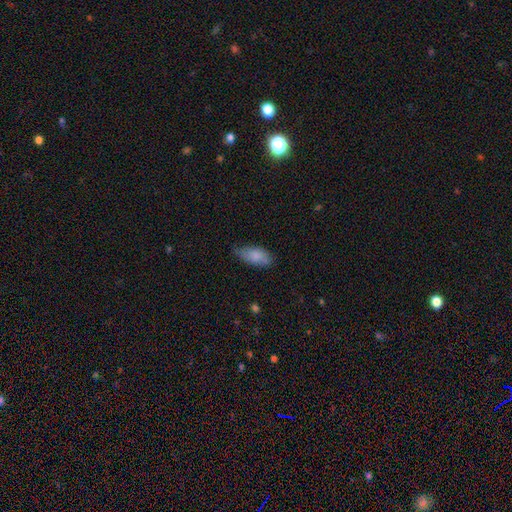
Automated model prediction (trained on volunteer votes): smooth 83%, featured or disk 11%, star or artifact 6%. Down the decision tree: how rounded — in between (90%); merging — none (65%).